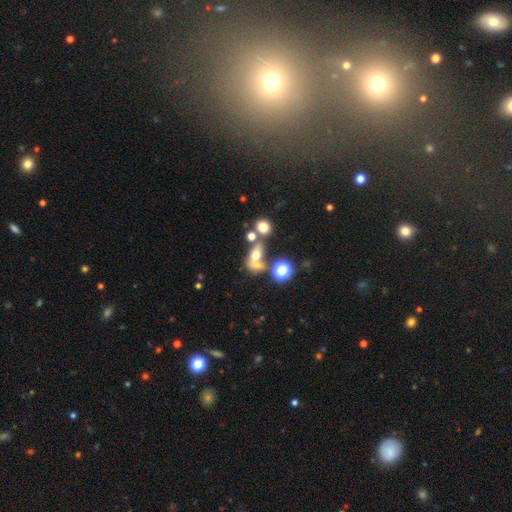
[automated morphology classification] A smooth galaxy with no disk features (57%) that is in between round and cigar-shaped (63%). Merging: merger (42%).